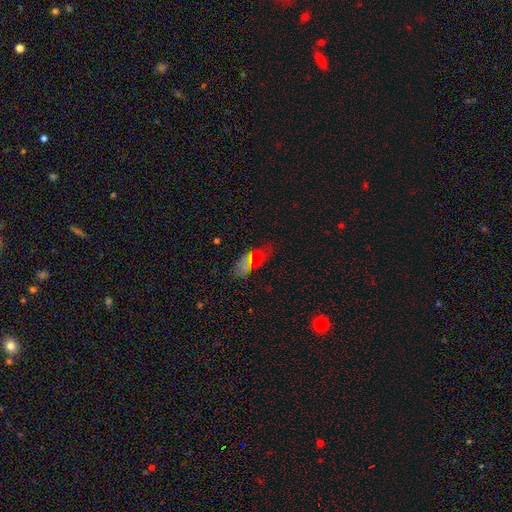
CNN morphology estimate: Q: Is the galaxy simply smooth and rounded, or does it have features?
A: smooth — 45%.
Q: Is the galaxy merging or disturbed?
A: none — 39%.